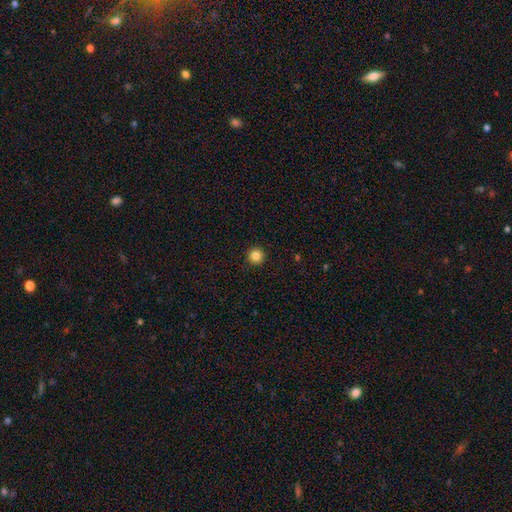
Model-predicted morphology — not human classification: Smooth or featured? smooth (84%)
How rounded? round (95%)
Merging? none (93%)